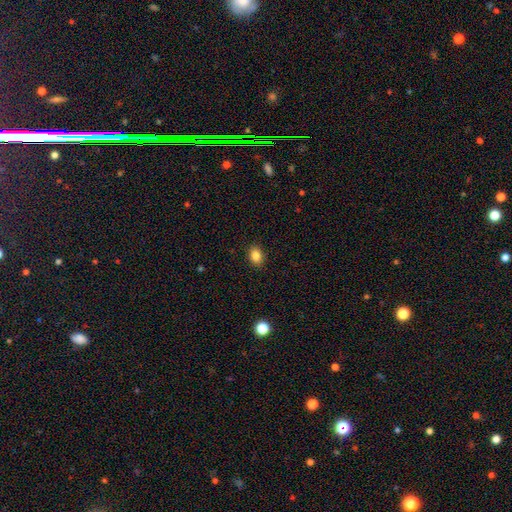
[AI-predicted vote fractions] smooth-or-featured: smooth: 84% | star or artifact: 10% | featured or disk: 6%
  how-rounded: in between: 68% | round: 31% | cigar-shaped: 1%
  merging: none: 89% | minor disturbance: 8% | major disturbance: 2% | merger: 1%